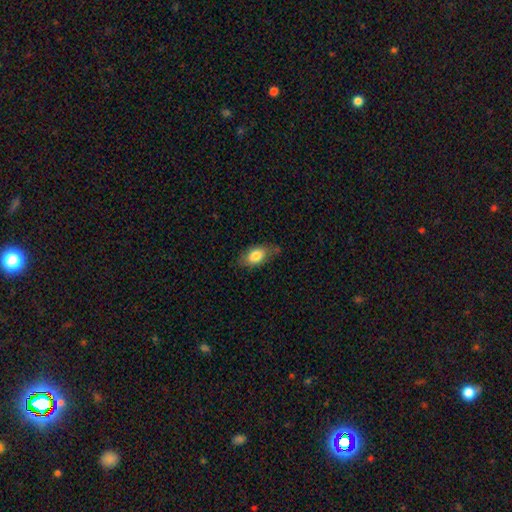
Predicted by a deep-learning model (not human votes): Morphology: type=smooth (78%); roundness=in between (88%); merging=none (69%).